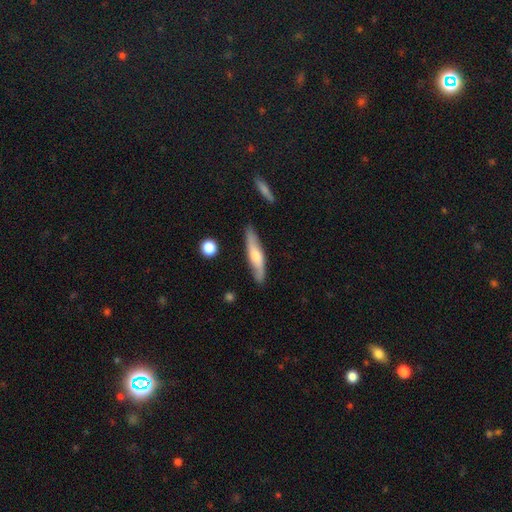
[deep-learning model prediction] A featured or disk galaxy (49%). Merging: none (82%).